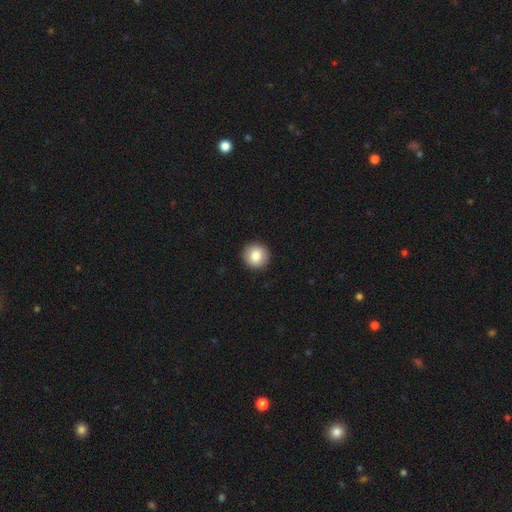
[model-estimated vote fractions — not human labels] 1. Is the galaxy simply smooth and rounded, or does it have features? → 84% smooth, 8% featured or disk, 8% star or artifact.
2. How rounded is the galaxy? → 94% round, 5% in between, 1% cigar-shaped.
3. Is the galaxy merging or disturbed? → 93% none, 5% minor disturbance, 2% major disturbance, 1% merger.